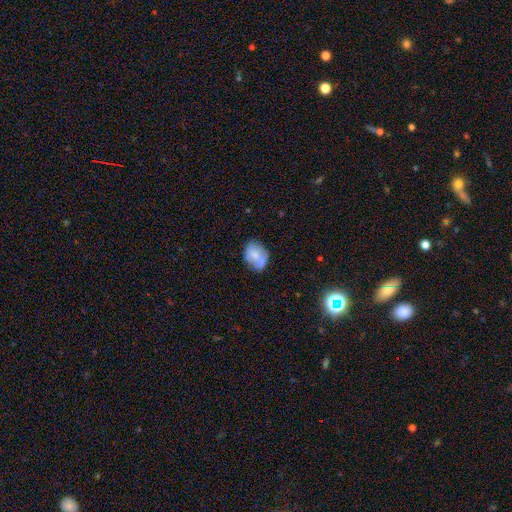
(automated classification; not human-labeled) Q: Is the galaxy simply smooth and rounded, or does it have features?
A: smooth — 61%.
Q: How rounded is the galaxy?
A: in between — 60%.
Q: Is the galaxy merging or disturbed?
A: none — 44%.